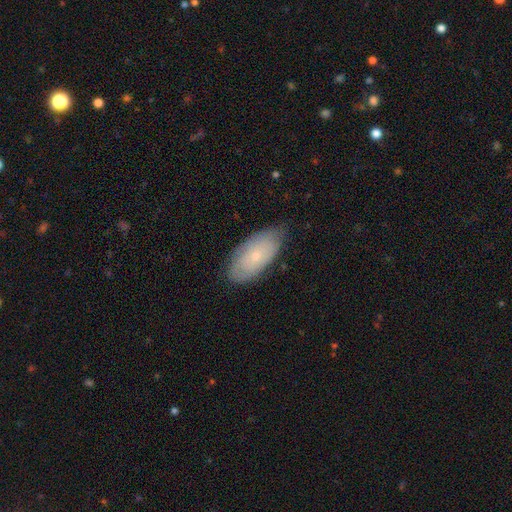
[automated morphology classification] smooth-or-featured: smooth: 56% | featured or disk: 37% | star or artifact: 7%
  how-rounded: in between: 92% | cigar-shaped: 5% | round: 3%
  merging: none: 72% | minor disturbance: 23% | major disturbance: 4% | merger: 1%